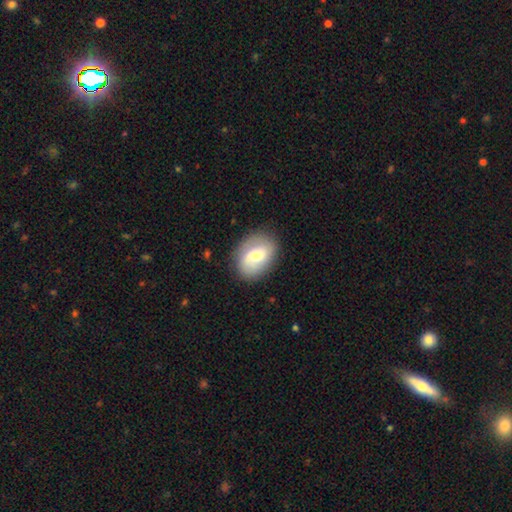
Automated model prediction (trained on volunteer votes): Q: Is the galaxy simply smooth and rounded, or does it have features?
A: smooth — 52%.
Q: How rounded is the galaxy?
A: in between — 68%.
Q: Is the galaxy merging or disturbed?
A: none — 81%.